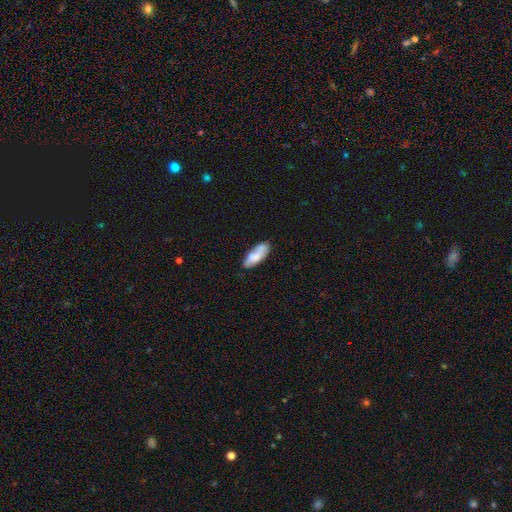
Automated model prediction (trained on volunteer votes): smooth-or-featured: smooth: 69% | featured or disk: 24% | star or artifact: 7%
  how-rounded: in between: 75% | cigar-shaped: 23% | round: 2%
  merging: none: 62% | minor disturbance: 25% | merger: 7% | major disturbance: 6%